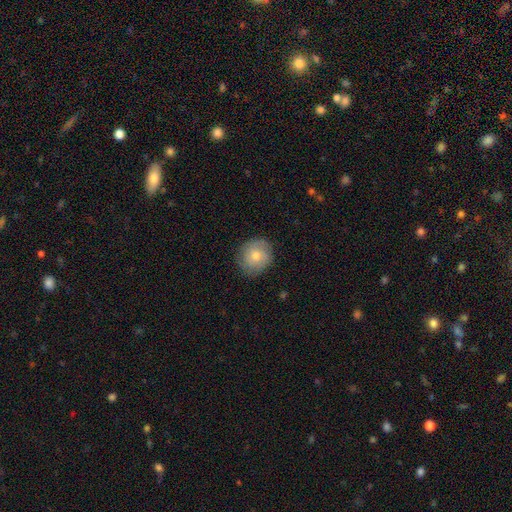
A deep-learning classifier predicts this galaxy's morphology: smooth 67%, featured or disk 26%, star or artifact 7%. Down the decision tree: how rounded — round (84%); merging — none (81%).